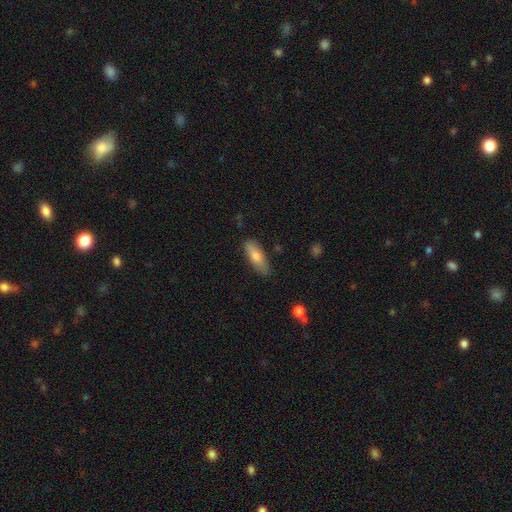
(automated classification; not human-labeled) Smooth or featured?
  - smooth: 72% *
  - featured or disk: 21%
  - star or artifact: 7%
How rounded?
  - in between: 54% *
  - cigar-shaped: 44%
  - round: 2%
Merging?
  - none: 83% *
  - minor disturbance: 13%
  - major disturbance: 2%
  - merger: 1%